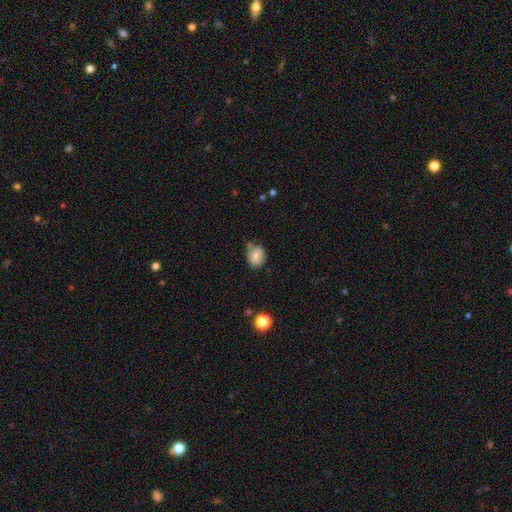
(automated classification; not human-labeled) Overall: smooth (79%). How rounded: round (63%; in between 36%). Merging: none (63%).